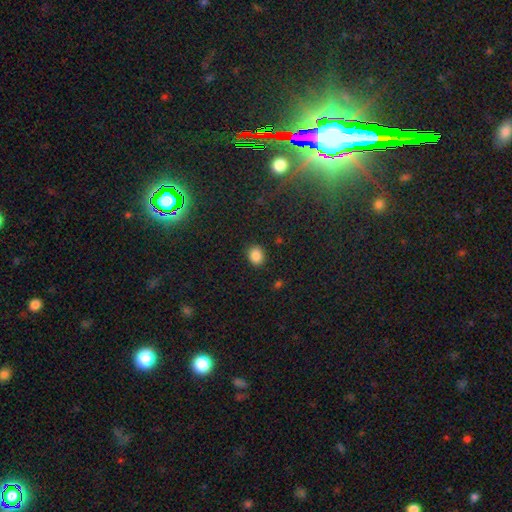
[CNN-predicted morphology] type=smooth (86%); roundness=round (55%); merging=none (88%).